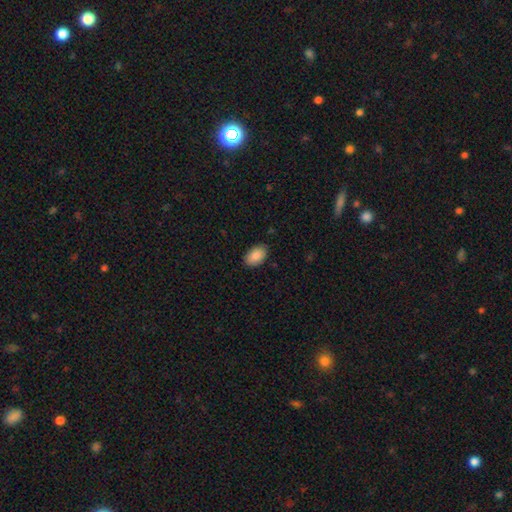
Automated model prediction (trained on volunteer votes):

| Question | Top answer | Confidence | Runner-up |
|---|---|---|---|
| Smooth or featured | smooth | 88% | star or artifact (7%) |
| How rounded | in between | 92% | round (7%) |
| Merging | none | 85% | minor disturbance (12%) |